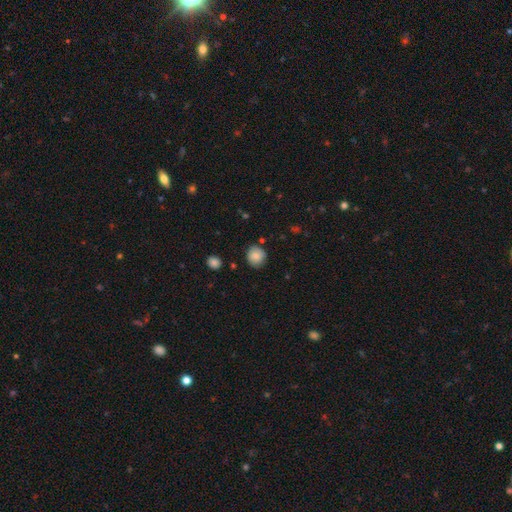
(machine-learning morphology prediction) Smooth or featured? Predicted: smooth (p=0.85). How rounded? Predicted: round (p=0.87). Merging? Predicted: none (p=0.83).